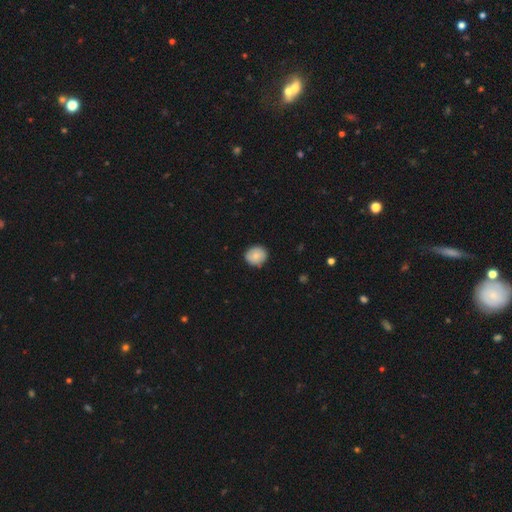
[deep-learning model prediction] smooth 82%, featured or disk 10%, star or artifact 7%. Down the decision tree: how rounded — round (79%); merging — none (86%).